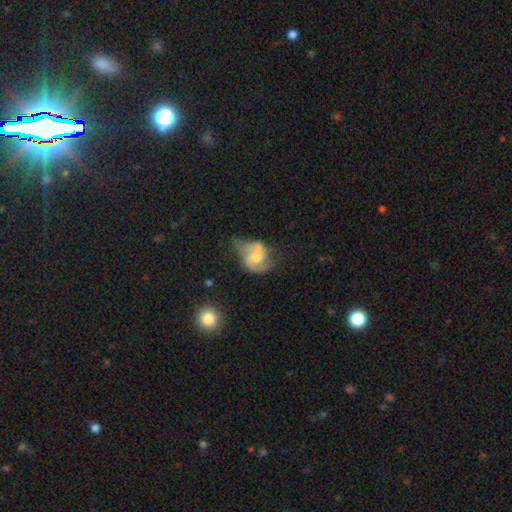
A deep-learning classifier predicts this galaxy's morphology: smooth_or_featured: featured or disk (p=0.65) [alt: smooth p=0.28]
disk_edge_on: no (p=0.97) [alt: yes p=0.03]
bar: no (p=0.58) [alt: weak p=0.35]
has_spiral_arms: yes (p=0.83) [alt: no p=0.17]
spiral_winding: medium (p=0.47) [alt: loose p=0.34]
spiral_arm_count: 2 (p=0.81) [alt: can't tell p=0.10]
bulge_size: moderate (p=0.47) [alt: small p=0.35]
merging: none (p=0.37) [alt: minor disturbance p=0.31]